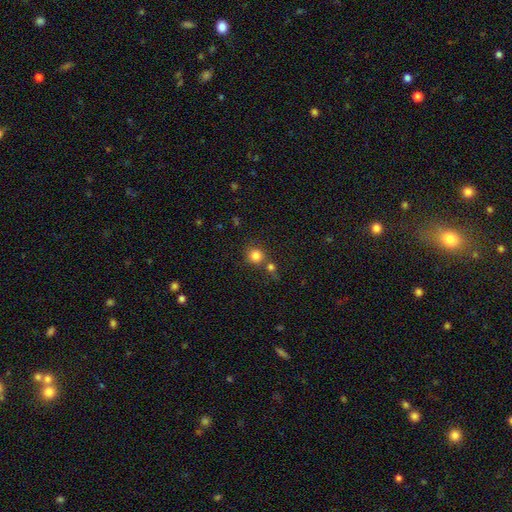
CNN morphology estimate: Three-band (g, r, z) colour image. It shows a smooth galaxy with no disk features (82%) that is round (91%). Merging: none (66%).